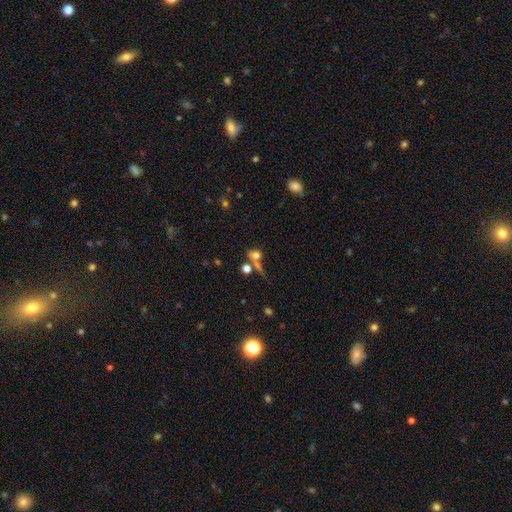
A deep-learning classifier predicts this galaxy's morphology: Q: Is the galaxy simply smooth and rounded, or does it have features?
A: smooth — 63%.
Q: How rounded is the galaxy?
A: round — 56%.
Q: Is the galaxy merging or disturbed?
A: merger — 39%.